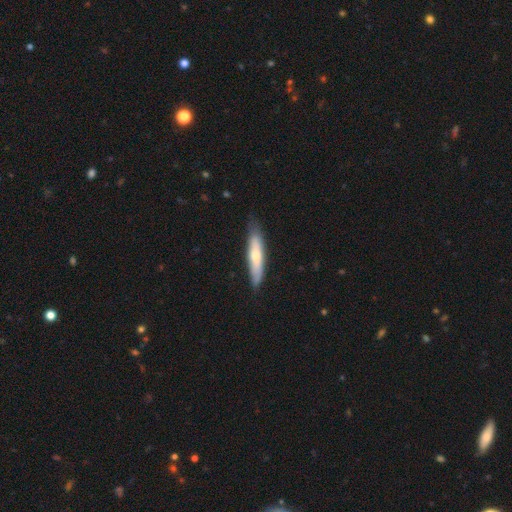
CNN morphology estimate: The model was most divided on "smooth or featured": smooth: 60%, featured or disk: 36%, star or artifact: 5%. More confident: how rounded — cigar-shaped (82%); merging — none (78%).